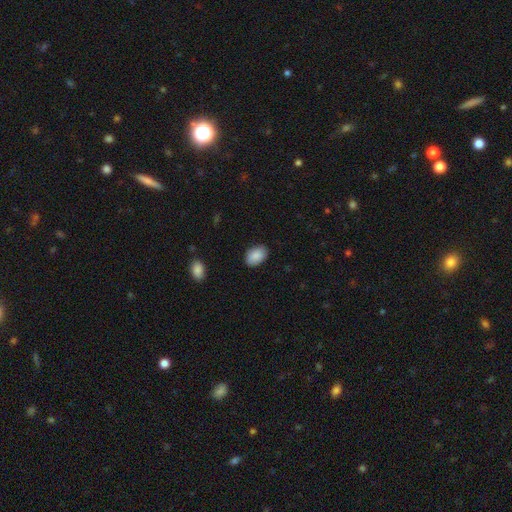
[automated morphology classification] type=smooth (89%); roundness=in between (88%); merging=none (85%).